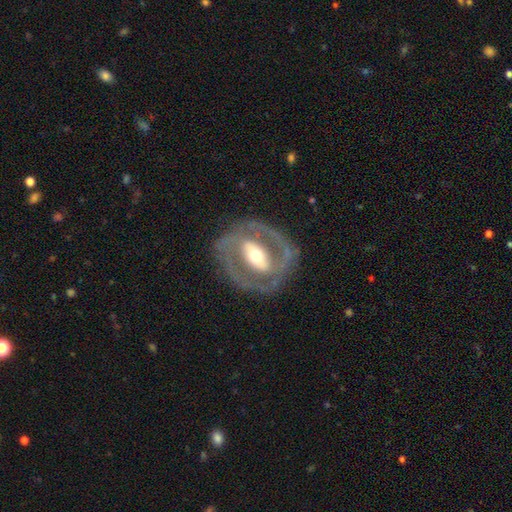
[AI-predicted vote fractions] Morphology: type=featured or disk (78%); edge-on=no (92%); bar=strong (53%); spiral arms=no (51%); bulge=moderate (65%); merging=none (76%).